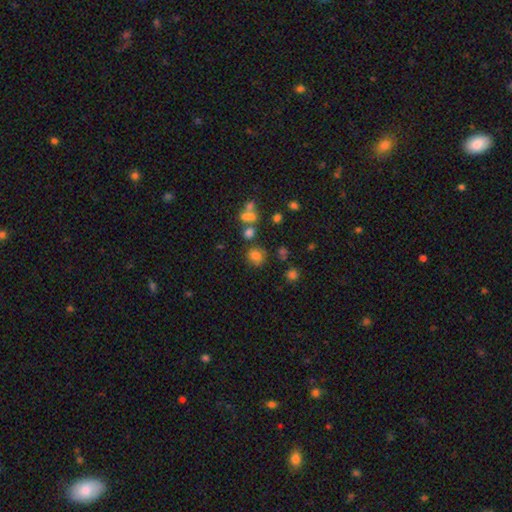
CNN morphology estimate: type=smooth (74%); roundness=round (78%); merging=none (73%).